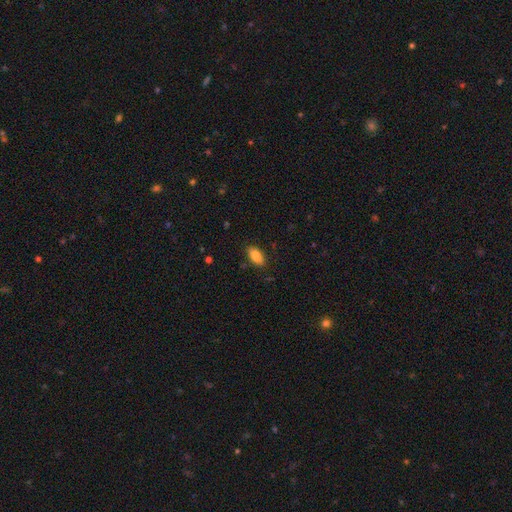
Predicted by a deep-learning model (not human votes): This is clearly a smooth galaxy (85%). How rounded: clearly in between (90%). Merging: clearly none (86%).